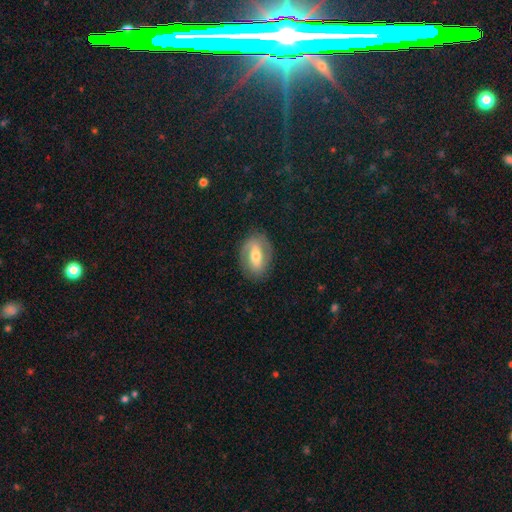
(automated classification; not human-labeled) Smooth or featured? Predicted: featured or disk (p=0.62). Edge-on disk? Predicted: no (p=0.92). Bar? Predicted: strong (p=0.45). Spiral arms? Predicted: yes (p=0.69). Bulge size? Predicted: moderate (p=0.65). Merging? Predicted: none (p=0.81).